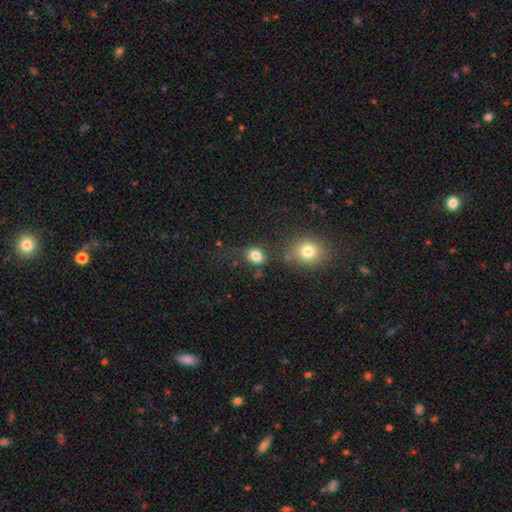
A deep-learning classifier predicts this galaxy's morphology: smooth-or-featured: smooth: 82% | star or artifact: 12% | featured or disk: 7%
  how-rounded: in between: 65% | round: 33% | cigar-shaped: 2%
  merging: none: 63% | minor disturbance: 18% | merger: 11% | major disturbance: 8%